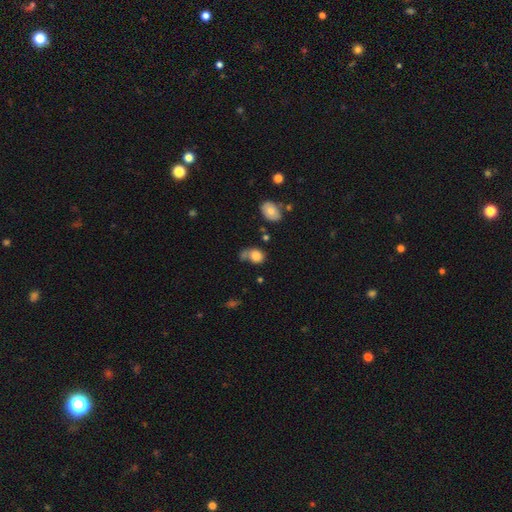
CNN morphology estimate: Smooth or featured: smooth — 80% (featured or disk — 10%)
How rounded: round — 54% (in between — 45%)
Merging: none — 43% (minor disturbance — 22%)